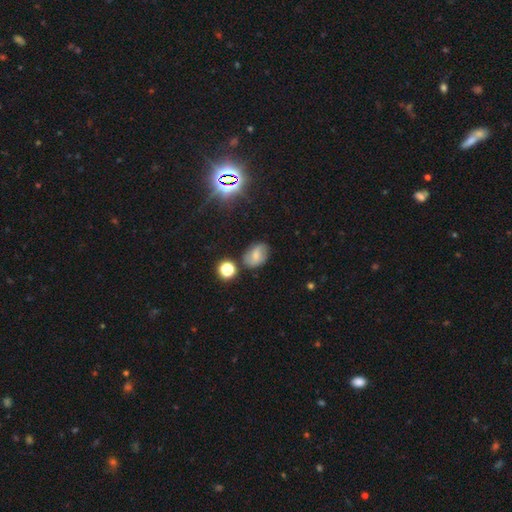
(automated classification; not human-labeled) Smooth or featured? Predicted: smooth (p=0.57). How rounded? Predicted: in between (p=0.69). Merging? Predicted: none (p=0.73).